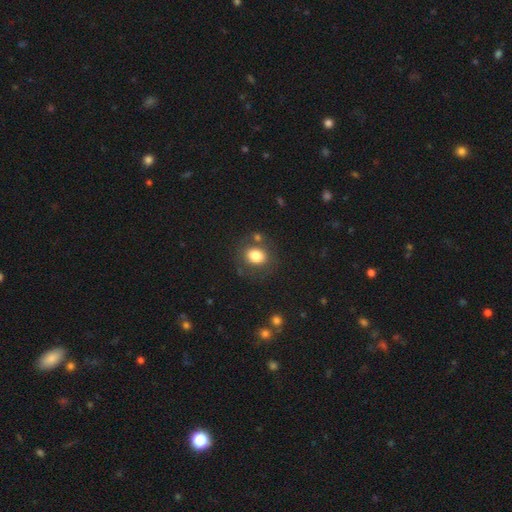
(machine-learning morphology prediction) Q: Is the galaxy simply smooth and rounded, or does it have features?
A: smooth — 78%.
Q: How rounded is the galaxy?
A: round — 59%.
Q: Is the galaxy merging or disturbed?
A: none — 74%.